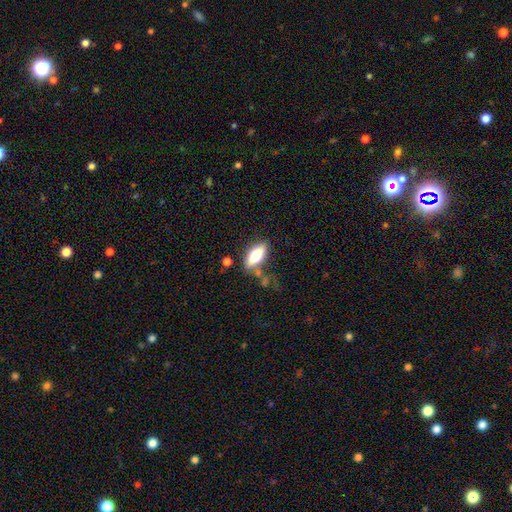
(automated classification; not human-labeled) The model was most divided on "smooth or featured": smooth: 73%, featured or disk: 20%, star or artifact: 7%. More confident: how rounded — in between (78%); merging — none (70%).